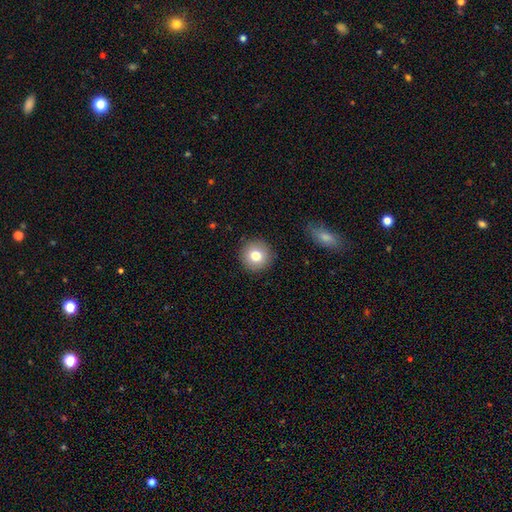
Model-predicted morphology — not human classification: Smooth or featured?
  - smooth: 79% *
  - featured or disk: 12%
  - star or artifact: 9%
How rounded?
  - round: 95% *
  - in between: 4%
  - cigar-shaped: 1%
Merging?
  - none: 90% *
  - minor disturbance: 6%
  - major disturbance: 2%
  - merger: 1%